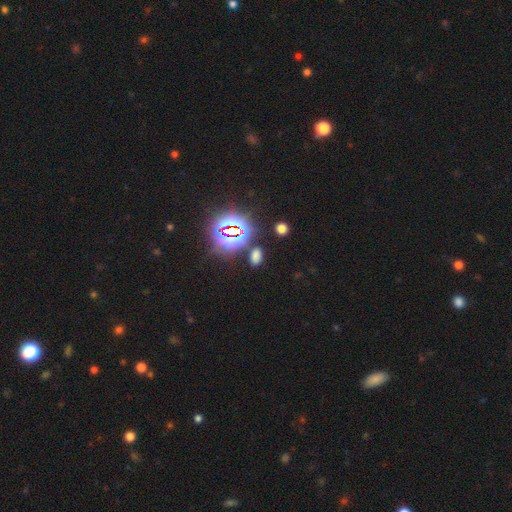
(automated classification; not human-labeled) smooth-or-featured: smooth: 57% | star or artifact: 37% | featured or disk: 7%
  how-rounded: in between: 85% | round: 12% | cigar-shaped: 4%
  merging: none: 81% | minor disturbance: 10% | merger: 5% | major disturbance: 4%